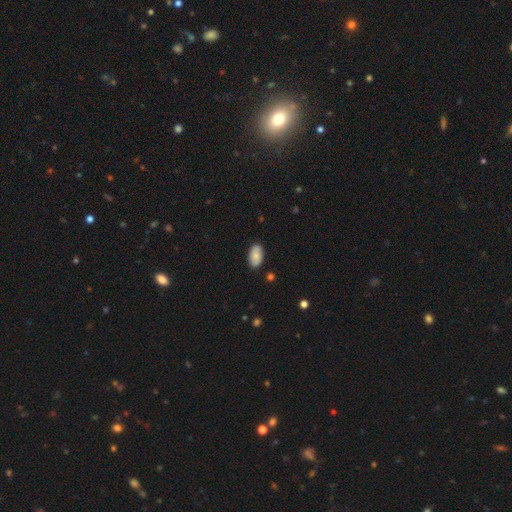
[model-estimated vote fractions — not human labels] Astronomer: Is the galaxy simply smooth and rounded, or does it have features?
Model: smooth — 74%.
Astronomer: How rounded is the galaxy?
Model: in between — 94%.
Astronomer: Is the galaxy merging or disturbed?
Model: none — 85%.